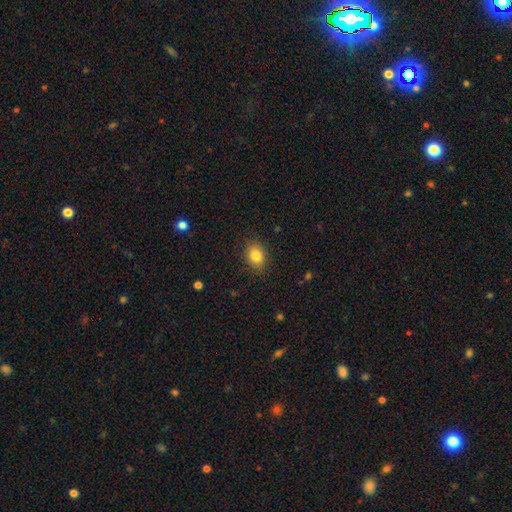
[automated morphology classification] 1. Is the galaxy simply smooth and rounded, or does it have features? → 83% smooth, 9% star or artifact, 8% featured or disk.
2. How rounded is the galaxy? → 66% in between, 33% round, 1% cigar-shaped.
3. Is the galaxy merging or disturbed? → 85% none, 11% minor disturbance, 3% major disturbance, 1% merger.